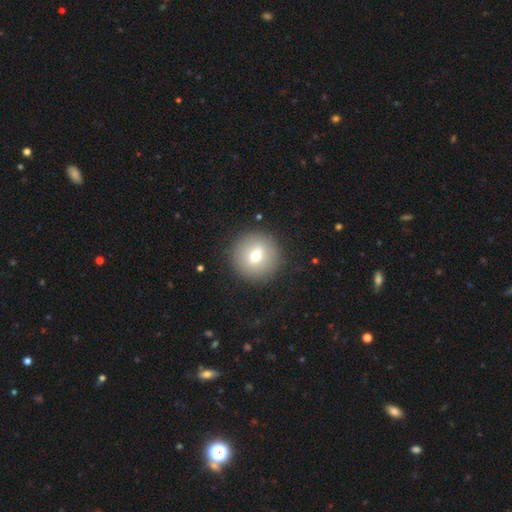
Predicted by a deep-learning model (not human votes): Q: Smooth or featured?
A: smooth (72%); runner-up: featured or disk (18%)
Q: How rounded?
A: round (95%); runner-up: in between (4%)
Q: Merging?
A: none (90%); runner-up: minor disturbance (6%)